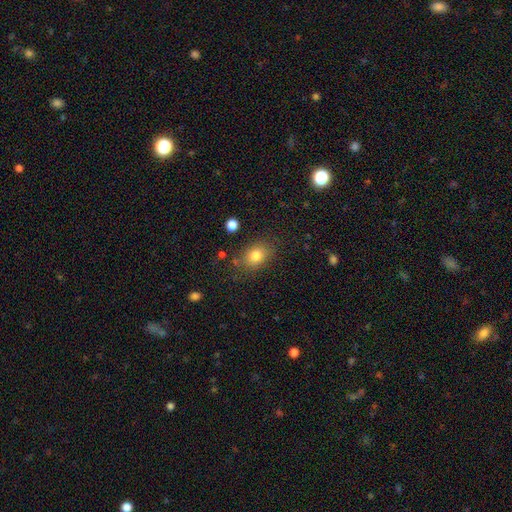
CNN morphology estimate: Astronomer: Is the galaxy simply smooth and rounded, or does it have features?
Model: smooth — 81%.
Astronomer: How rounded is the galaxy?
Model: in between — 68%.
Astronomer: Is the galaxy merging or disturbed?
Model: none — 79%.